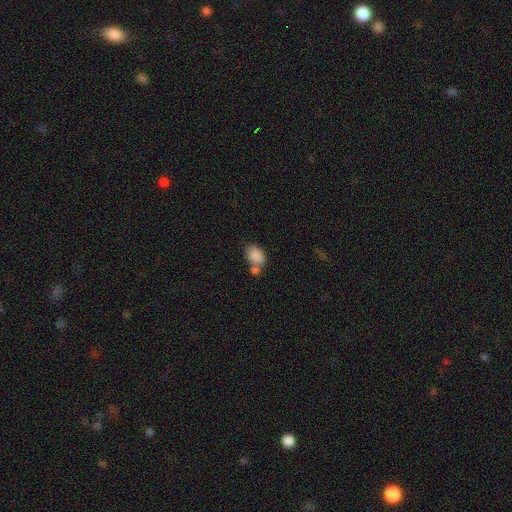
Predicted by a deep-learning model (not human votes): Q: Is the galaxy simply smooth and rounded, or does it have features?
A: smooth — 86%.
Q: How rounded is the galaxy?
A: in between — 83%.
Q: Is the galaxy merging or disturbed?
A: none — 46%.